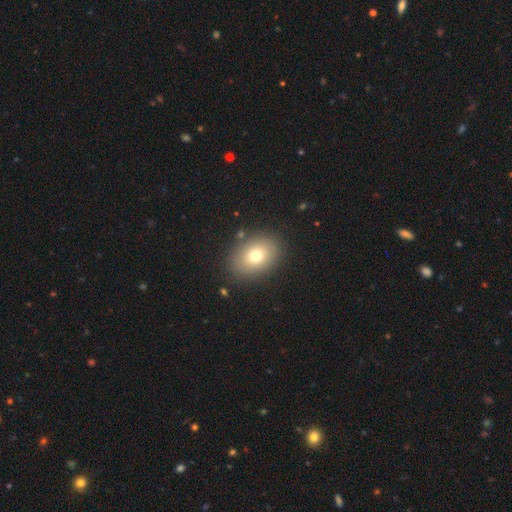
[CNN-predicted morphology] Smooth or featured? Predicted: smooth (p=0.75). How rounded? Predicted: in between (p=0.74). Merging? Predicted: none (p=0.86).